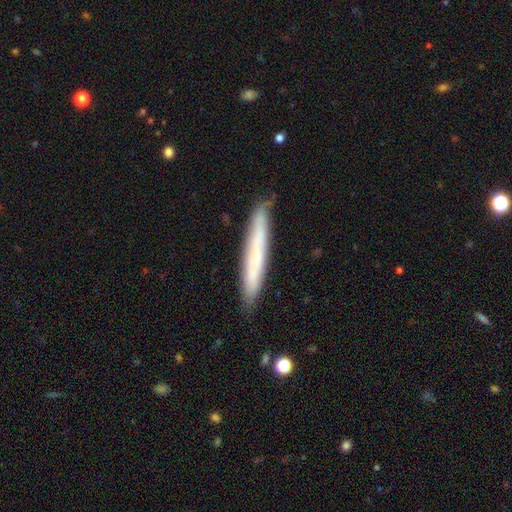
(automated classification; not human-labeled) Smooth or featured: smooth — 58% (featured or disk — 35%)
How rounded: cigar-shaped — 95% (in between — 3%)
Merging: none — 87% (minor disturbance — 10%)